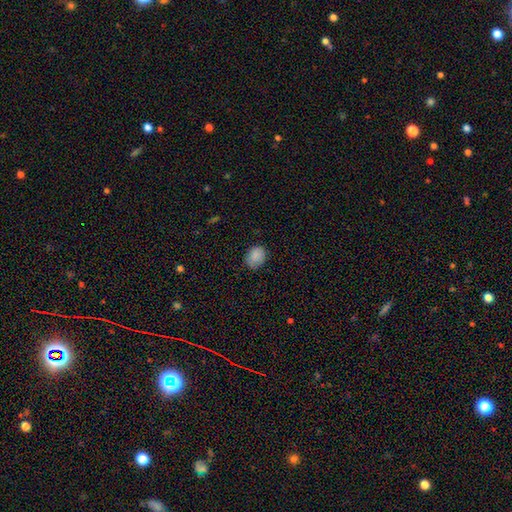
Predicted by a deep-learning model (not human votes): The model was most divided on "how rounded": in between: 52%, round: 47%, cigar-shaped: 1%. More confident: smooth or featured — smooth (87%); merging — none (79%).